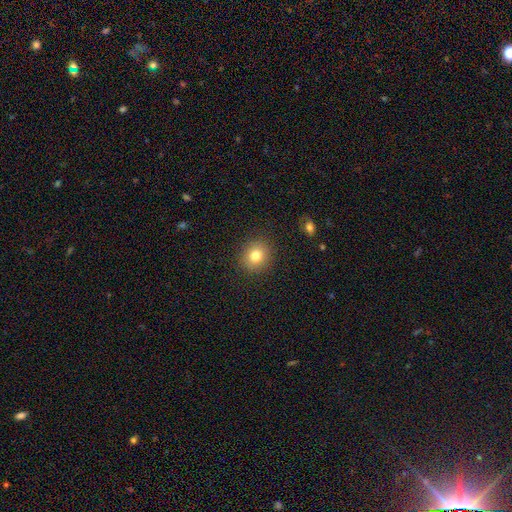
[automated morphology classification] Smooth or featured: smooth — 79% (star or artifact — 11%)
How rounded: round — 77% (in between — 22%)
Merging: none — 89% (minor disturbance — 7%)